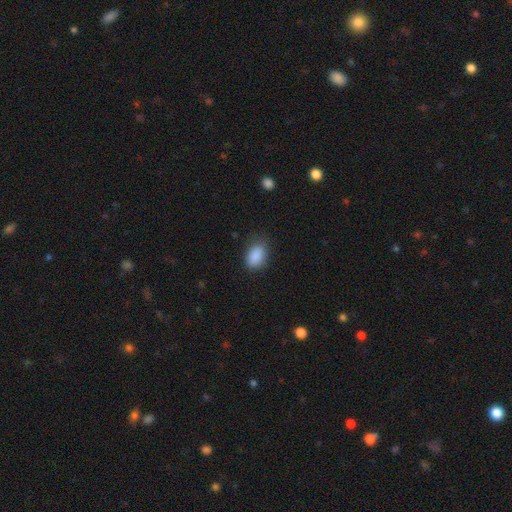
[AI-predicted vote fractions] Smooth or featured: smooth — 89% (star or artifact — 8%)
How rounded: in between — 88% (round — 10%)
Merging: none — 77% (minor disturbance — 18%)